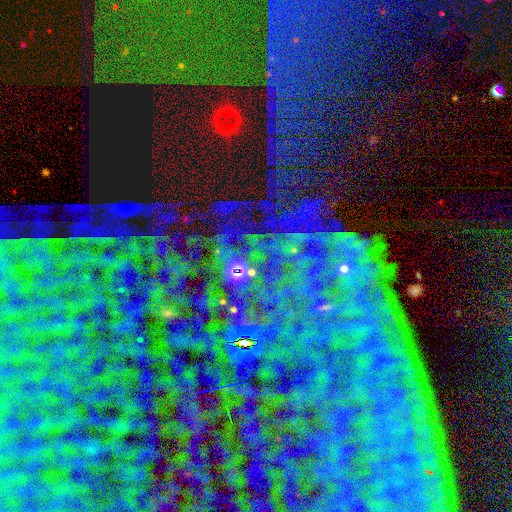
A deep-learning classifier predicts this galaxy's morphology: A star or artifact, not a galaxy (82%).